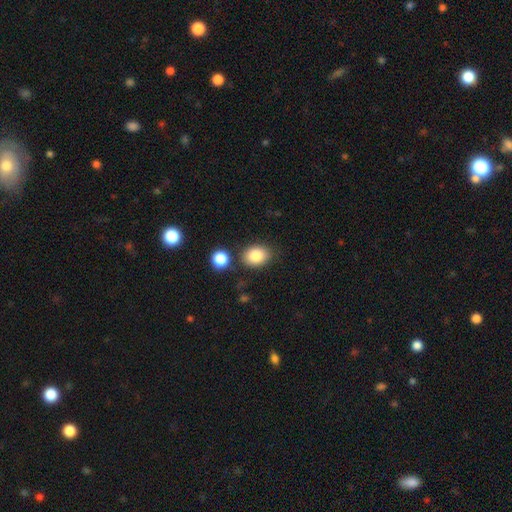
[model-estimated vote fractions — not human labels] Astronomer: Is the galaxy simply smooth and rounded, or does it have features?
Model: smooth — 84%.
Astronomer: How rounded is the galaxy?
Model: in between — 63%.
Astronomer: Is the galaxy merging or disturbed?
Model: none — 77%.